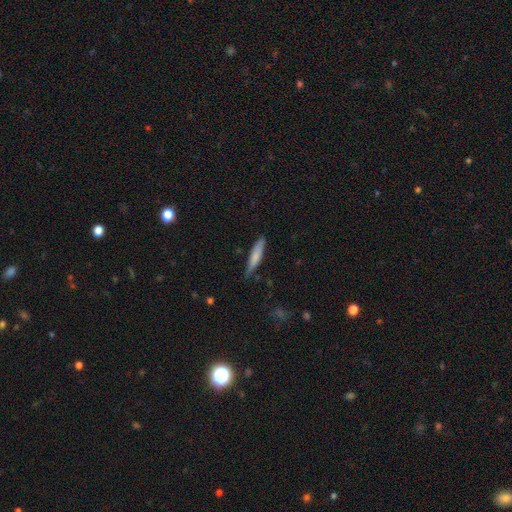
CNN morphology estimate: Smooth or featured? smooth (74%)
How rounded? cigar-shaped (83%)
Merging? none (67%)